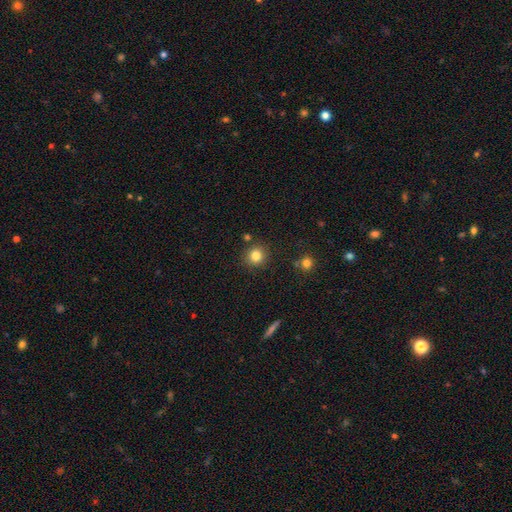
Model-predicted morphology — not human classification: smooth 82%, star or artifact 12%, featured or disk 6%. Down the decision tree: how rounded — round (92%); merging — none (87%).